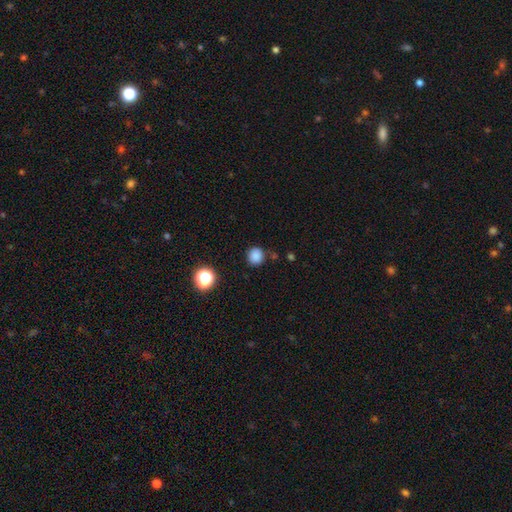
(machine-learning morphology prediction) Smooth or featured: smooth — 83% (star or artifact — 13%)
How rounded: round — 90% (in between — 9%)
Merging: none — 83% (minor disturbance — 10%)